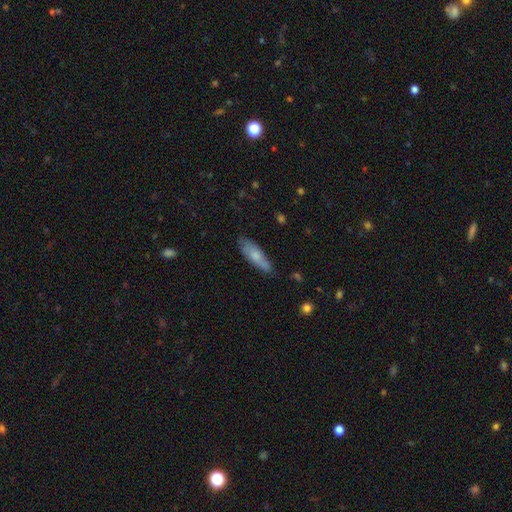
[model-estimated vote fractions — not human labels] Smooth or featured: smooth — 67% (featured or disk — 26%)
How rounded: cigar-shaped — 50% (in between — 48%)
Merging: none — 72% (minor disturbance — 22%)